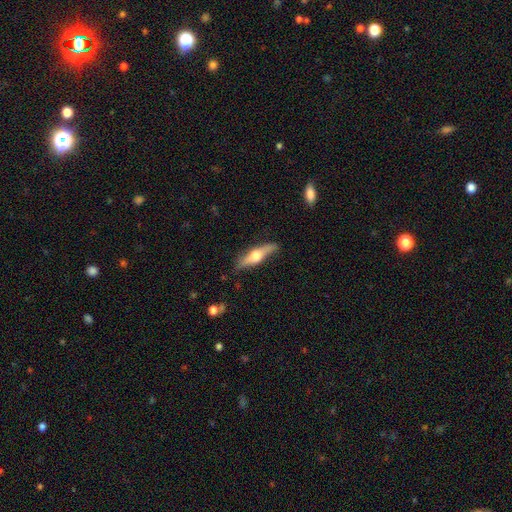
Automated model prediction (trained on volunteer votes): A featured or disk galaxy (60%) viewed edge-on (94%) with a rounded central bulge (95%).

Vote fractions:
- Smooth or featured? featured or disk: 60% / smooth: 35% / star or artifact: 6%
- Edge-on disk? yes: 94% / no: 6%
- Edge-on bulge? rounded: 95% / boxy: 3% / none: 2%
- Merging? none: 83% / minor disturbance: 13% / major disturbance: 3% / merger: 2%